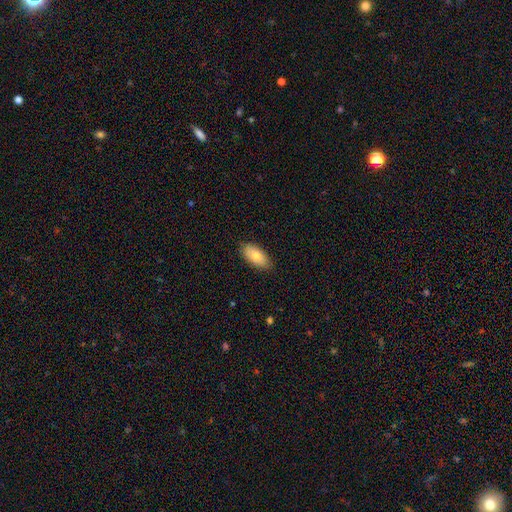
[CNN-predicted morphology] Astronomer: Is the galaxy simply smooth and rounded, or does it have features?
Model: smooth — 77%.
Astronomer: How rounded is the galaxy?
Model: in between — 92%.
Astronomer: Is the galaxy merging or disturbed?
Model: none — 86%.